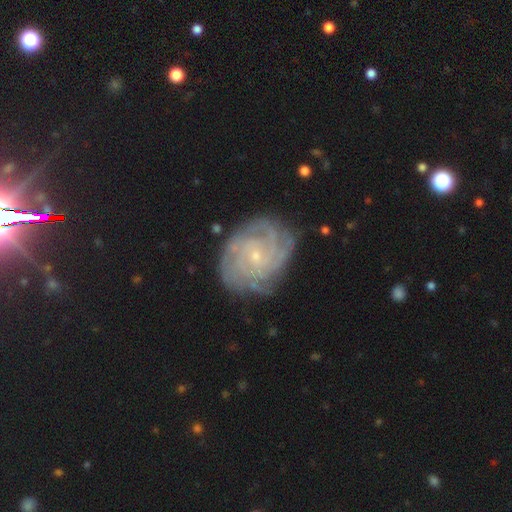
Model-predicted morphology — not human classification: Q: Smooth or featured?
A: featured or disk (87%); runner-up: smooth (7%)
Q: Edge-on disk?
A: no (98%); runner-up: yes (2%)
Q: Bar?
A: no (73%); runner-up: weak (21%)
Q: Spiral arms?
A: yes (97%); runner-up: no (3%)
Q: Spiral winding?
A: tight (79%); runner-up: medium (18%)
Q: Spiral arm count?
A: can't tell (26%); tied with: 4 (26%)
Q: Bulge size?
A: small (84%); runner-up: moderate (13%)
Q: Merging?
A: none (79%); runner-up: minor disturbance (16%)